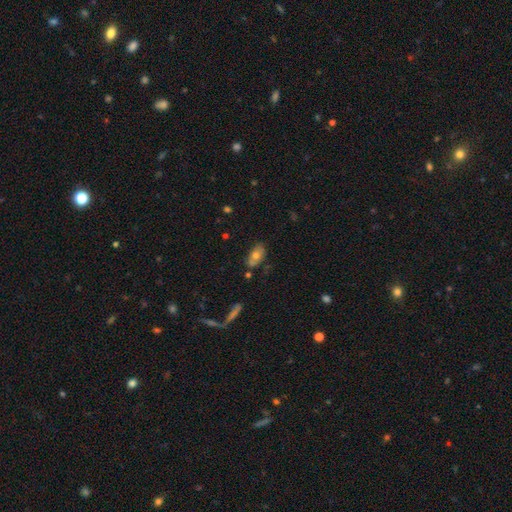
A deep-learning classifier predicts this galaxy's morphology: The model was most divided on "smooth or featured": smooth: 64%, featured or disk: 28%, star or artifact: 8%. More confident: how rounded — in between (90%); merging — none (72%).